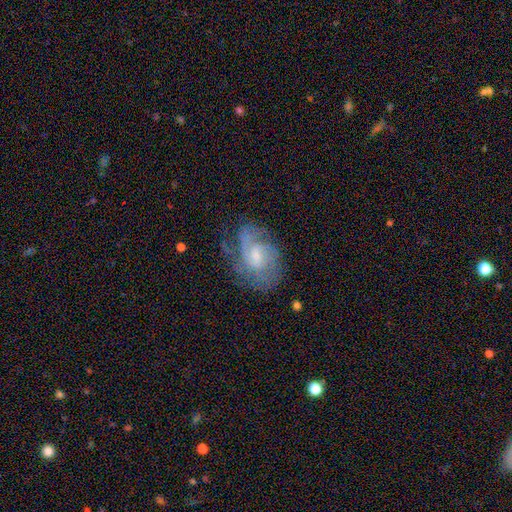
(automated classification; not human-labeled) Overall: featured or disk (75%). Edge-on disk: no (97%). Bar: weak (57%; no 33%). Spiral arms: yes (89%). Spiral arm count: can't tell (36%; 2 32%). Spiral winding: tight (42%; medium 41%). Bulge size: small (46%; moderate 36%). Merging: none (59%; minor disturbance 23%).